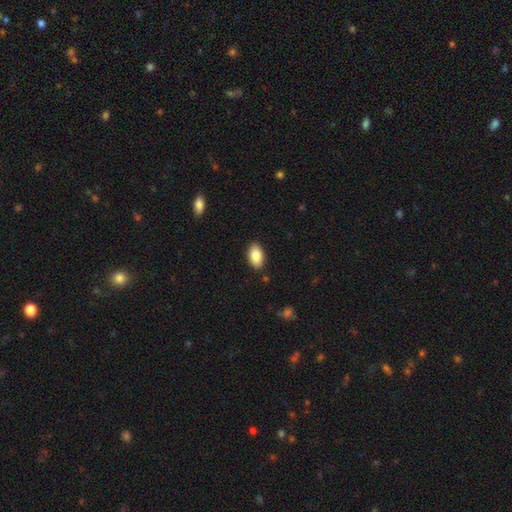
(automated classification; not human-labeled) Smooth or featured: smooth — 87% (star or artifact — 7%)
How rounded: in between — 94% (round — 4%)
Merging: none — 88% (minor disturbance — 9%)